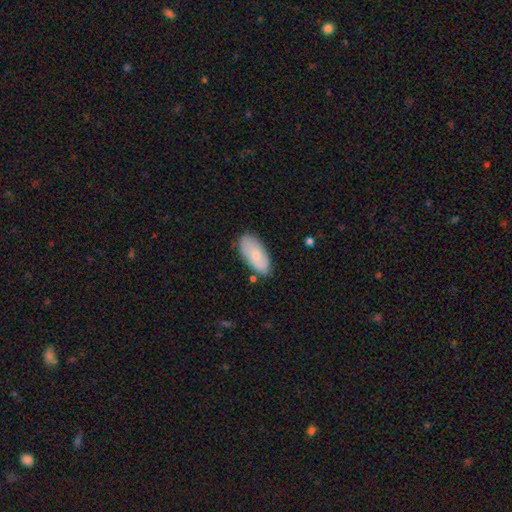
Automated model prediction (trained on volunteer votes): Overall: smooth (73%). How rounded: in between (91%). Merging: none (77%).